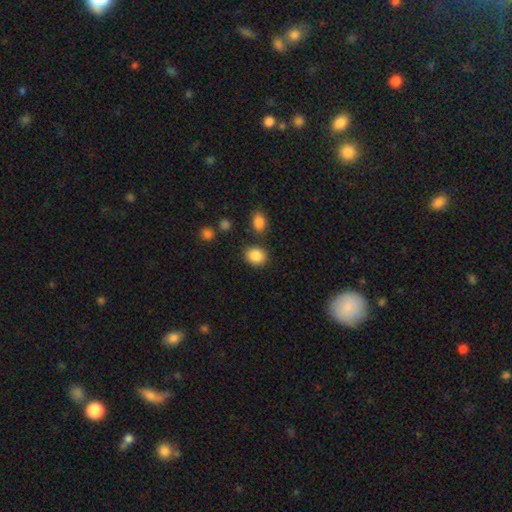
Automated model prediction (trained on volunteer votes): Smooth or featured? Predicted: smooth (p=0.87). How rounded? Predicted: round (p=0.60). Merging? Predicted: none (p=0.81).